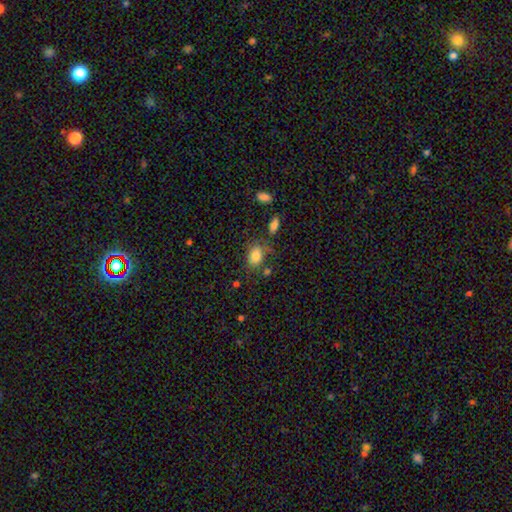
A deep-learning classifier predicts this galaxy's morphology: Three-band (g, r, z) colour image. It shows a smooth galaxy with no disk features (82%) that is in between round and cigar-shaped (80%). Merging: none (62%).